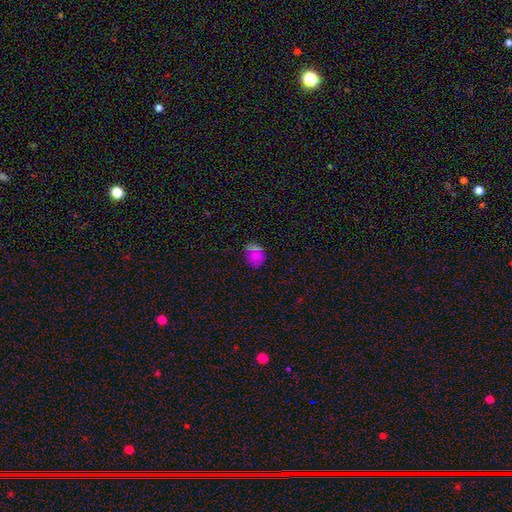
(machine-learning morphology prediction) The model was most divided on "smooth or featured": smooth: 70%, star or artifact: 23%, featured or disk: 7%. More confident: merging — none (82%); how rounded — round (75%).